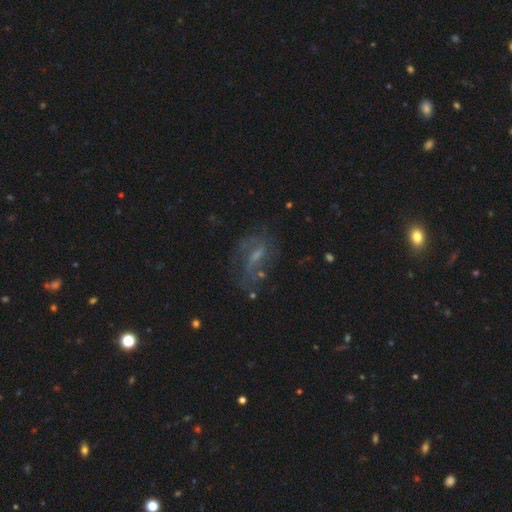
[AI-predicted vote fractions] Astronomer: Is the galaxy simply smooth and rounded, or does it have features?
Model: featured or disk — 65%.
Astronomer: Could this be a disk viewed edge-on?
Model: no — 92%.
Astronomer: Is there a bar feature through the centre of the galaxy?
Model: weak — 49% (runner-up: strong, 27%).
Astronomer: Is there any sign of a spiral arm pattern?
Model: yes — 78%.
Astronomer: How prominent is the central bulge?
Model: small — 43% (runner-up: moderate, 27%).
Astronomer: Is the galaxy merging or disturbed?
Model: none — 59%.